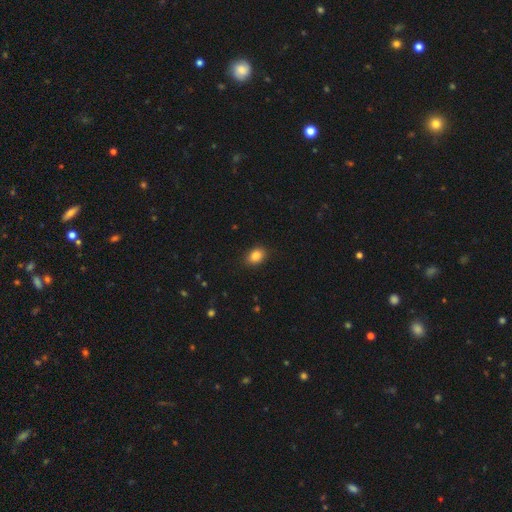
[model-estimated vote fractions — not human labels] A smooth galaxy with no disk features (85%) that is in between round and cigar-shaped (72%). Merging: none (88%).